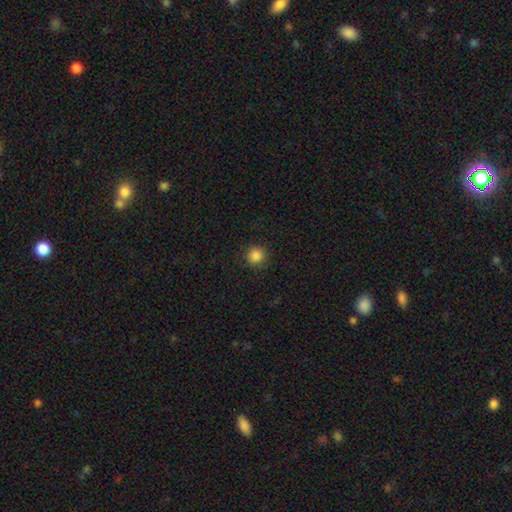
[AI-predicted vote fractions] smooth 86%, star or artifact 11%, featured or disk 3%. Down the decision tree: how rounded — round (95%); merging — none (91%).